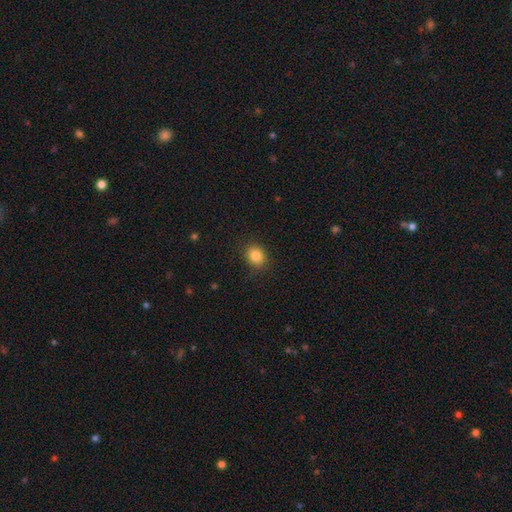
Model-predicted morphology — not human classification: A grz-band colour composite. It shows a smooth galaxy with no disk features (85%) that is round (61%). Merging: none (87%).